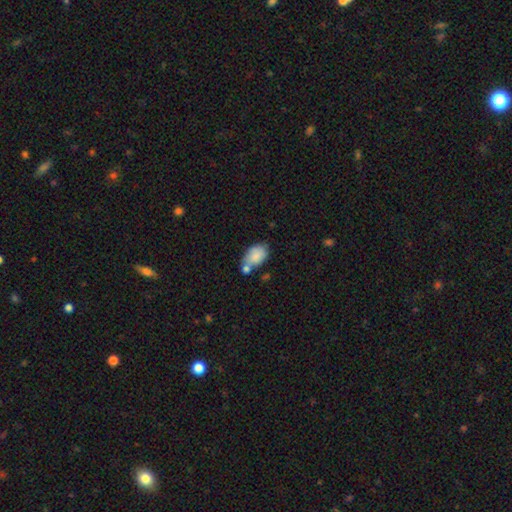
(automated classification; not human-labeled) This is clearly a smooth galaxy (82%). How rounded: clearly in between (90%). Merging: marginally none (42%).